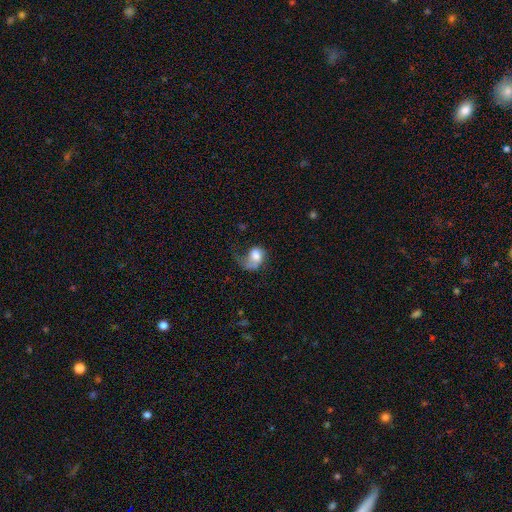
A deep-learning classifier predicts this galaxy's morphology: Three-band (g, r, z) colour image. It shows a smooth galaxy with no disk features (59%) that is in between round and cigar-shaped (61%). Merging: major disturbance (56%).